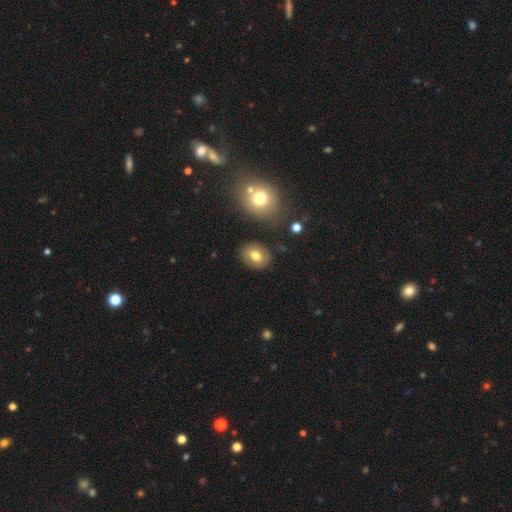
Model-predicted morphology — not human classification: Smooth or featured? smooth (74%)
How rounded? in between (65%)
Merging? none (83%)